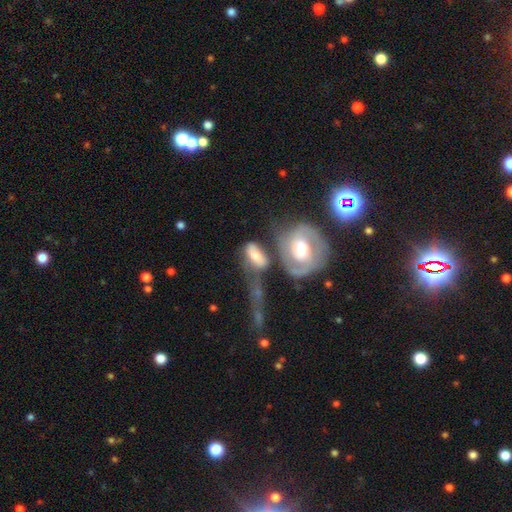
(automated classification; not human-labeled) The model was most divided on "smooth or featured": smooth: 51%, featured or disk: 42%, star or artifact: 7%. Remaining: how rounded — in between (84%); merging — merger (40%).